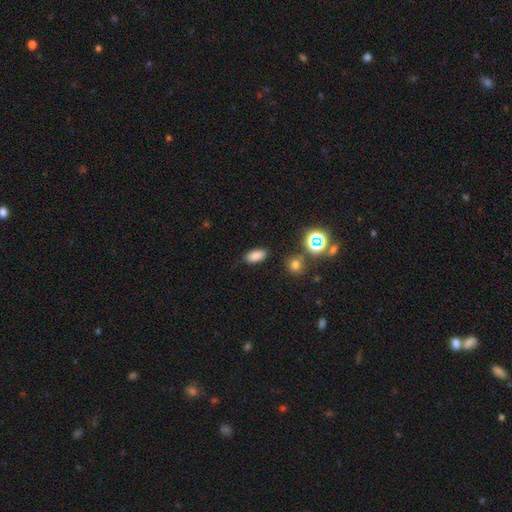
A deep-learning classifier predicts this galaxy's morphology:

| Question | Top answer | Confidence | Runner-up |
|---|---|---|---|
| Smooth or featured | smooth | 82% | star or artifact (13%) |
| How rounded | in between | 89% | round (6%) |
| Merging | none | 86% | minor disturbance (10%) |